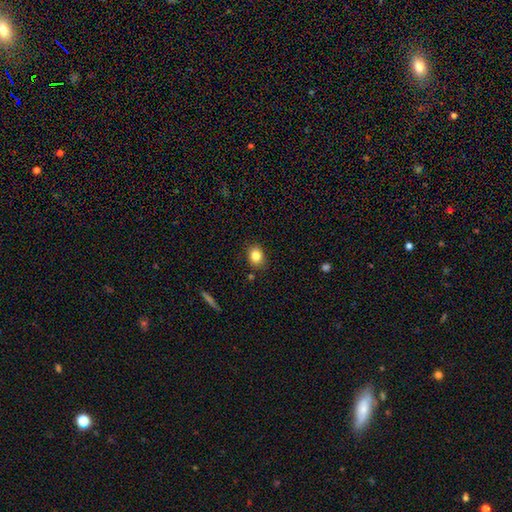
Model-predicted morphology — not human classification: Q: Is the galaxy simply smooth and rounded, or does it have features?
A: smooth — 82%.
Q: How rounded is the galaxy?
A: round — 52%.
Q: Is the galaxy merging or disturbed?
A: none — 85%.